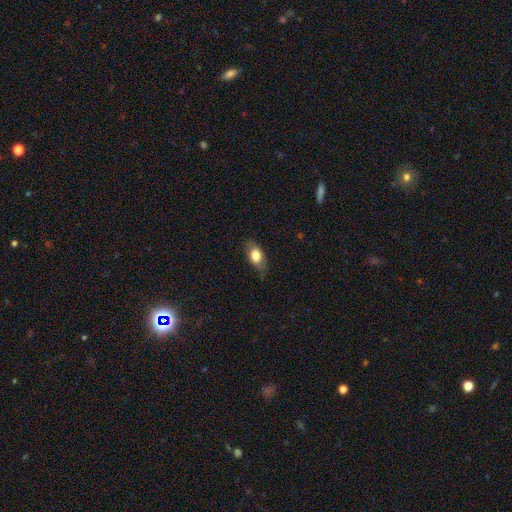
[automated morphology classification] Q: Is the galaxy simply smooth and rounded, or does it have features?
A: smooth — 77%.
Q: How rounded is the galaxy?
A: in between — 85%.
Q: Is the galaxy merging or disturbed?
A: none — 72%.